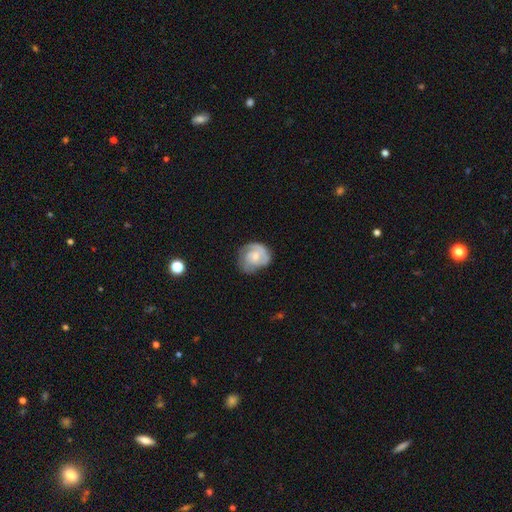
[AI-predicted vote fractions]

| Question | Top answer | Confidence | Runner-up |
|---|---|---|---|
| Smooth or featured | featured or disk | 59% | smooth (35%) |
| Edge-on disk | no | 98% | yes (2%) |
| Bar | no | 68% | weak (28%) |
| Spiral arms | yes | 82% | no (18%) |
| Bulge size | moderate | 43% | small (42%) |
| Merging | none | 59% | minor disturbance (27%) |